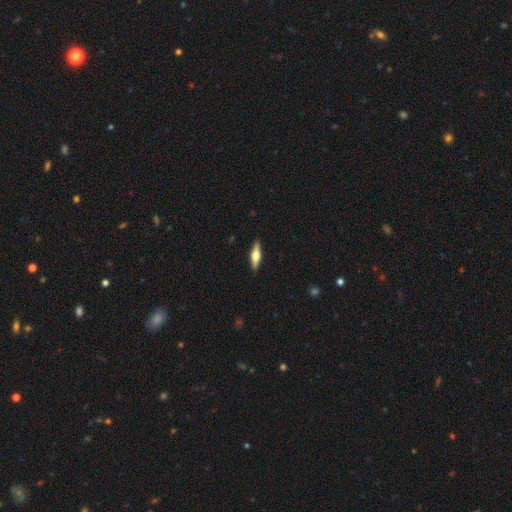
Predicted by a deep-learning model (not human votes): Smooth or featured?
  - featured or disk: 54% *
  - smooth: 40%
  - star or artifact: 6%
Edge-on disk?
  - yes: 95% *
  - no: 5%
Edge-on bulge?
  - rounded: 93% *
  - boxy: 5%
  - none: 2%
Merging?
  - none: 90% *
  - minor disturbance: 7%
  - major disturbance: 2%
  - merger: 1%